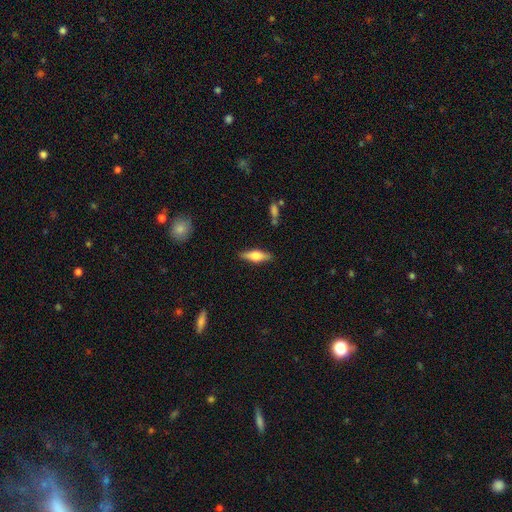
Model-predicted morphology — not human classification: Smooth or featured: smooth — 51% (featured or disk — 43%)
How rounded: cigar-shaped — 50% (in between — 47%)
Merging: none — 87% (minor disturbance — 10%)